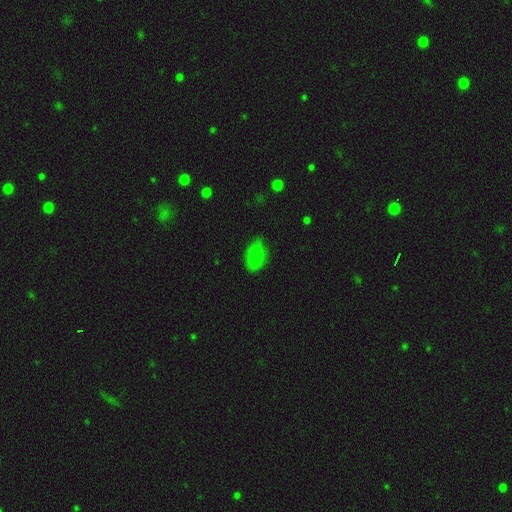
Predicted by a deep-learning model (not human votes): A smooth galaxy with no disk features (83%) that is in between round and cigar-shaped (89%). Merging: none (69%).